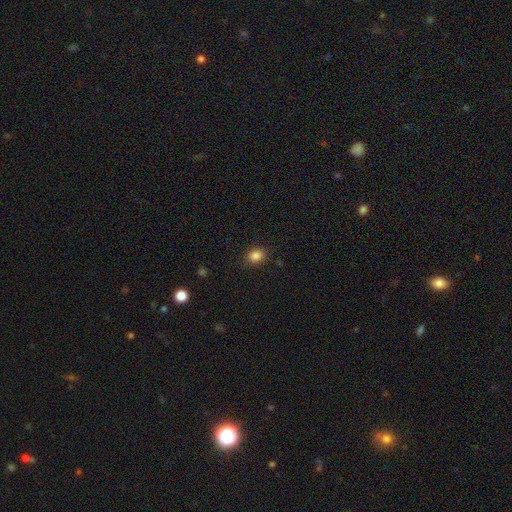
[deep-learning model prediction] This appears to be a smooth galaxy with no disk features (86%) that is round (52%). Merging: none (87%).